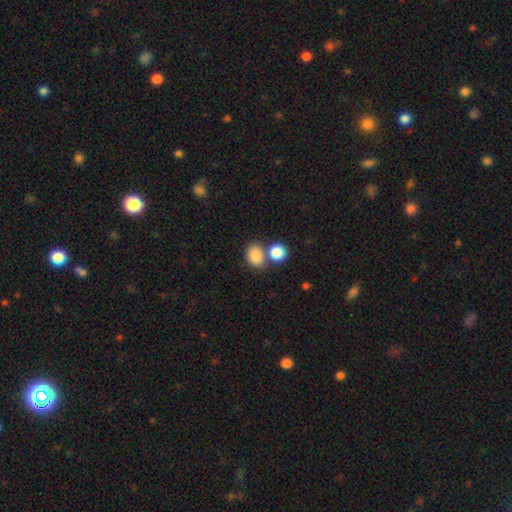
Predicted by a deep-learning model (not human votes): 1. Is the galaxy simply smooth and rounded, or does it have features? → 85% smooth, 9% star or artifact, 5% featured or disk.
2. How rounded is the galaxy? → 58% in between, 40% round, 1% cigar-shaped.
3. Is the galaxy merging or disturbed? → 55% none, 30% merger, 11% minor disturbance, 4% major disturbance.